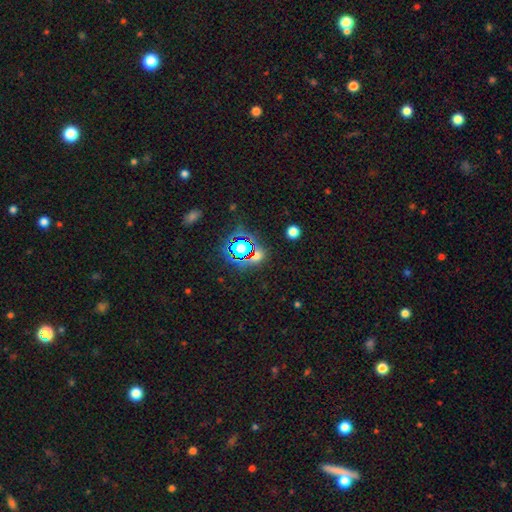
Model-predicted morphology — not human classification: Smooth or featured?
  - star or artifact: 62% *
  - smooth: 29%
  - featured or disk: 9%